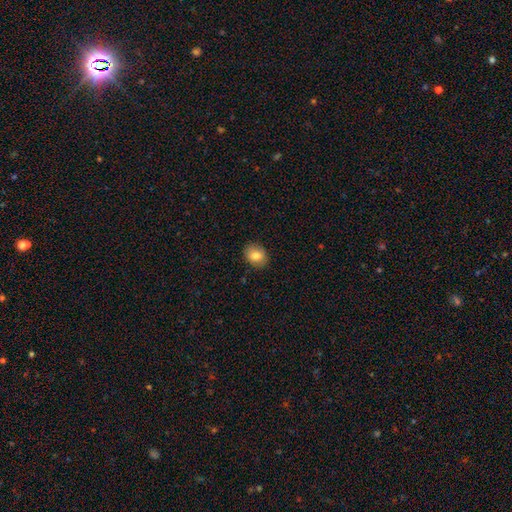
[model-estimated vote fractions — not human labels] Smooth or featured? Predicted: smooth (p=0.81). How rounded? Predicted: in between (p=0.53). Merging? Predicted: none (p=0.88).